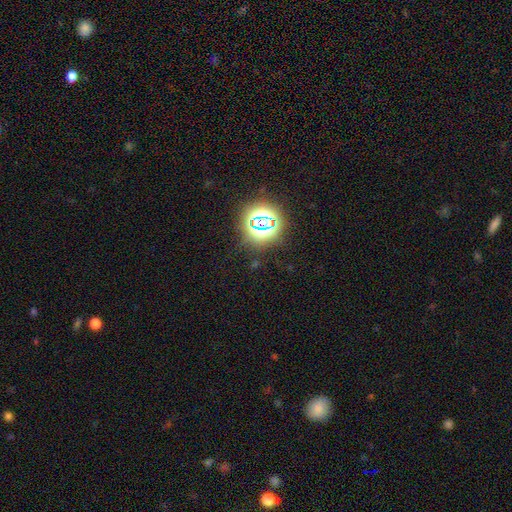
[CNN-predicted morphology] Overall: star or artifact (76%).